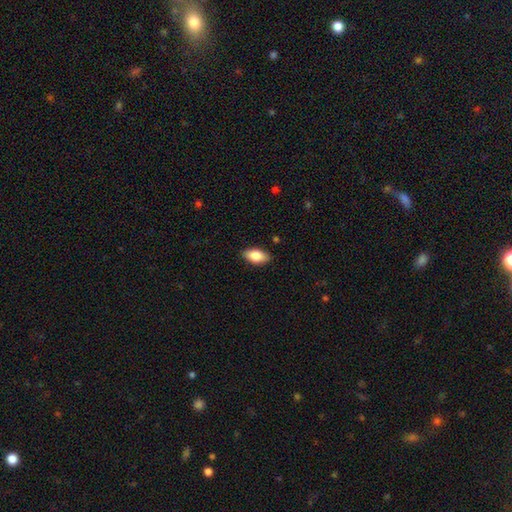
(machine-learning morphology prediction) Q: Smooth or featured?
A: smooth (84%); runner-up: featured or disk (10%)
Q: How rounded?
A: in between (91%); runner-up: cigar-shaped (5%)
Q: Merging?
A: none (87%); runner-up: minor disturbance (10%)